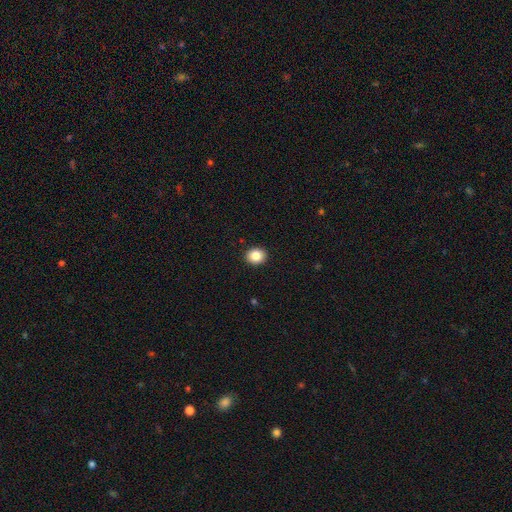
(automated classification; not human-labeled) smooth-or-featured: smooth: 84% | star or artifact: 9% | featured or disk: 6%
  how-rounded: round: 70% | in between: 30% | cigar-shaped: 1%
  merging: none: 92% | minor disturbance: 5% | major disturbance: 2% | merger: 1%